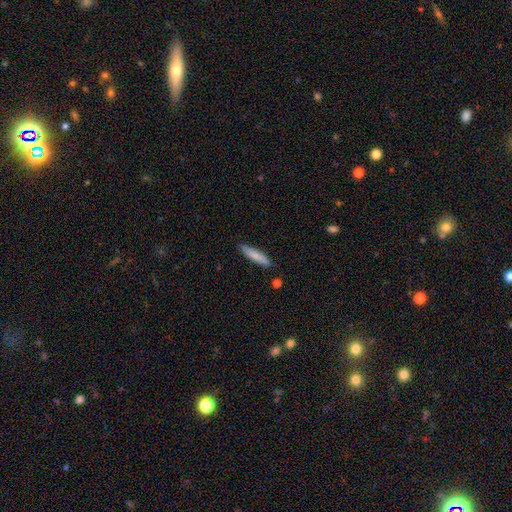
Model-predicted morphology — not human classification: This is likely a smooth galaxy (79%). How rounded: clearly cigar-shaped (82%). Merging: clearly none (85%).